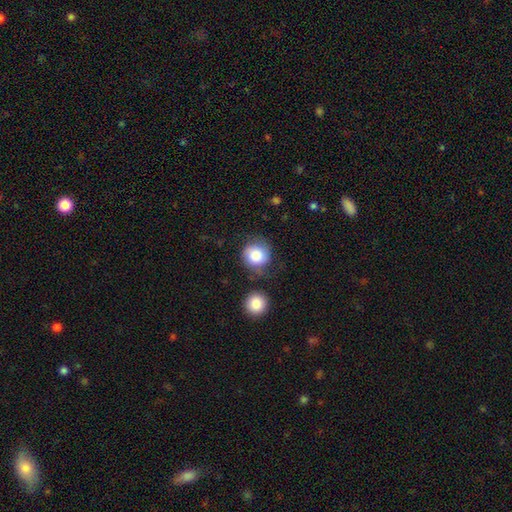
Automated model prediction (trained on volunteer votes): smooth_or_featured: smooth (p=0.80) [alt: featured or disk p=0.13]
how_rounded: round (p=0.89) [alt: in between p=0.10]
merging: none (p=0.63) [alt: minor disturbance p=0.19]